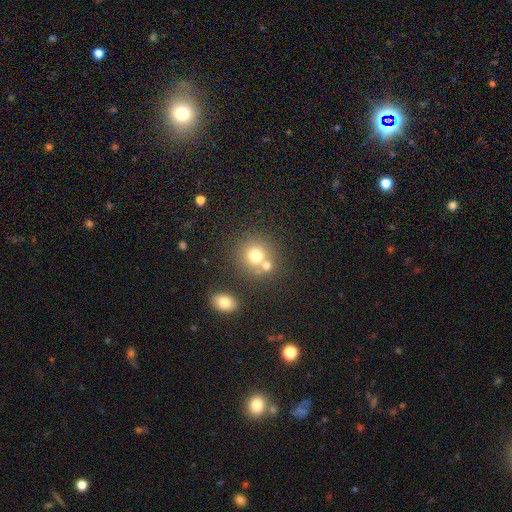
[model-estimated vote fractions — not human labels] This appears to be a smooth galaxy with no disk features (73%) that is round (86%). Merging: none (58%).